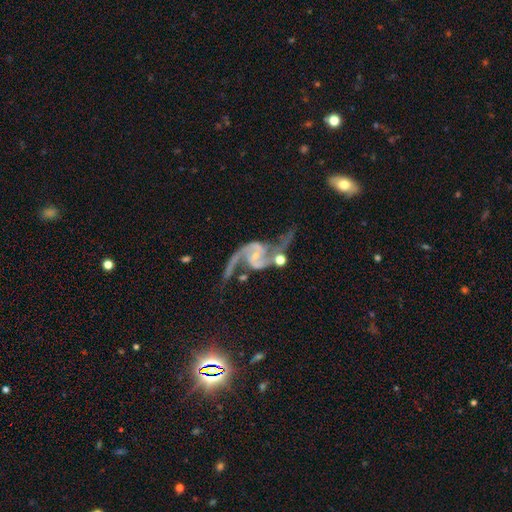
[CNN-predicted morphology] type=featured or disk (92%); edge-on=no (98%); bar=no (54%); spiral arms=yes (98%); winding=loose (62%); arm count=2 (93%); bulge=small (67%); merging=none (43%).